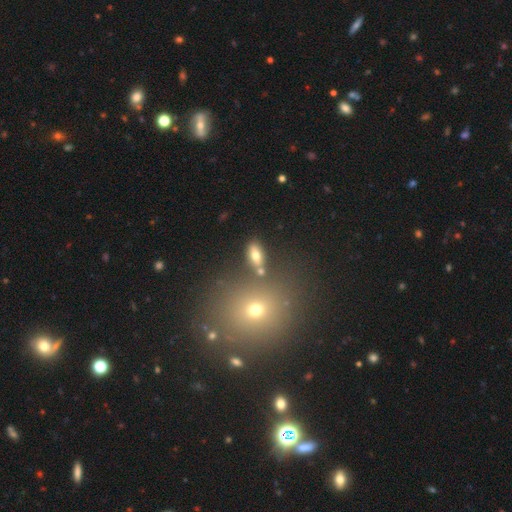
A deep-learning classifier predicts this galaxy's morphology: This is likely a smooth galaxy (69%). How rounded: clearly in between (82%). Merging: likely none (71%).